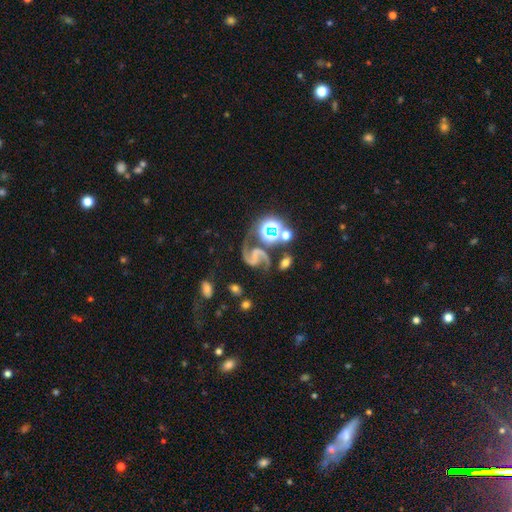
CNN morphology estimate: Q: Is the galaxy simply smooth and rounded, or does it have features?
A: featured or disk — 84%.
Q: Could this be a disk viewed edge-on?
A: no — 98%.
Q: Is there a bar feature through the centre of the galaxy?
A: no — 39%.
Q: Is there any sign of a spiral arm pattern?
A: yes — 97%.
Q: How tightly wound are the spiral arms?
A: medium — 47%.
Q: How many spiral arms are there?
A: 2 — 92%.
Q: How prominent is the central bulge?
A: none — 57%.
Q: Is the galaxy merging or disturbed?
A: none — 58%.